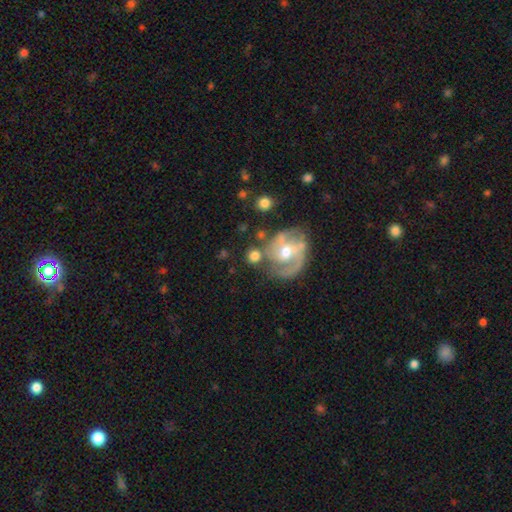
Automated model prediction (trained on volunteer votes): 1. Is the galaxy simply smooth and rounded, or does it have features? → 80% featured or disk, 13% smooth, 7% star or artifact.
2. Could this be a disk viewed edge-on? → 97% no, 3% yes.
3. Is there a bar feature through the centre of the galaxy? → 42% weak (tied), 42% no (tied), 16% strong.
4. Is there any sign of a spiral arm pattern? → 93% yes, 7% no.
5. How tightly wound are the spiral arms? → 48% medium, 33% tight, 18% loose.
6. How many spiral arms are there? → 66% 2, 10% 3, 10% can't tell, 9% 1, 2% 4, 2% more than 4.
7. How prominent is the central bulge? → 64% moderate, 31% small, 3% large, 1% none, 1% dominant.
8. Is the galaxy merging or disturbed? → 60% none, 18% minor disturbance, 11% merger, 10% major disturbance.